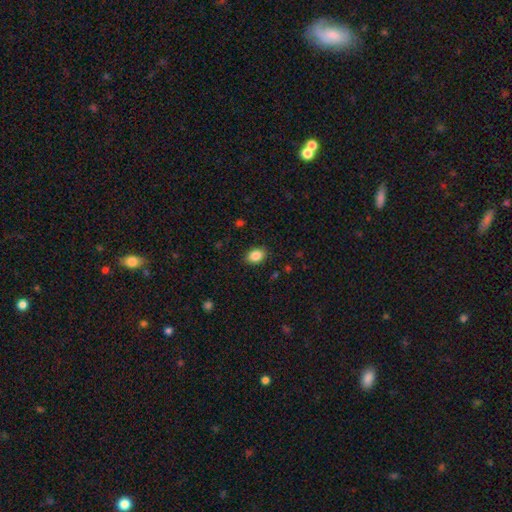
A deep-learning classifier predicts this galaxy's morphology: This appears to be a smooth galaxy with no disk features (87%) that is in between round and cigar-shaped (80%). Merging: none (88%).